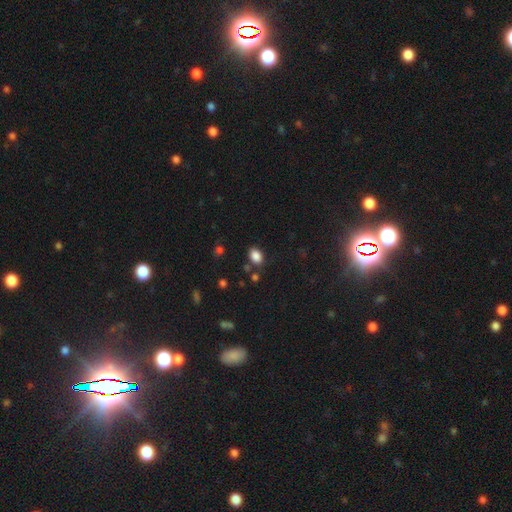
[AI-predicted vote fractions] smooth 85%, star or artifact 11%, featured or disk 4%. Down the decision tree: how rounded — in between (79%); merging — none (78%).